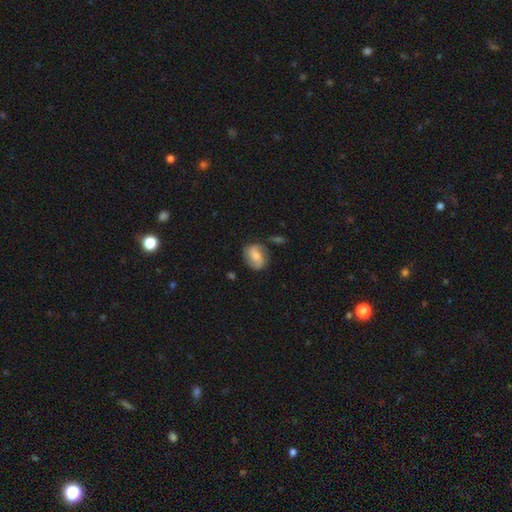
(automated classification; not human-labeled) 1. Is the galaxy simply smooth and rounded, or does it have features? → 56% featured or disk, 37% smooth, 7% star or artifact.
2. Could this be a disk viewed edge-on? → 97% no, 3% yes.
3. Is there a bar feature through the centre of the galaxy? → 42% weak, 38% no, 19% strong.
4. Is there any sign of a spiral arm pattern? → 88% yes, 12% no.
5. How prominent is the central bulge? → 48% moderate, 37% small, 7% none, 7% large, 2% dominant.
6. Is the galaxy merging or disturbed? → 70% none, 19% minor disturbance, 7% major disturbance, 4% merger.